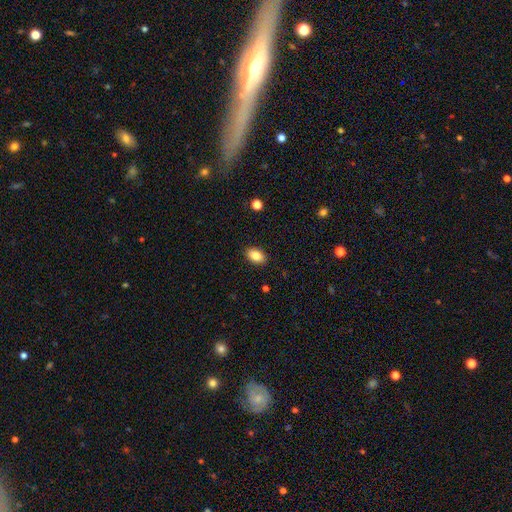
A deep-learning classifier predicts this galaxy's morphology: smooth 86%, star or artifact 8%, featured or disk 6%. Down the decision tree: how rounded — in between (88%); merging — none (90%).